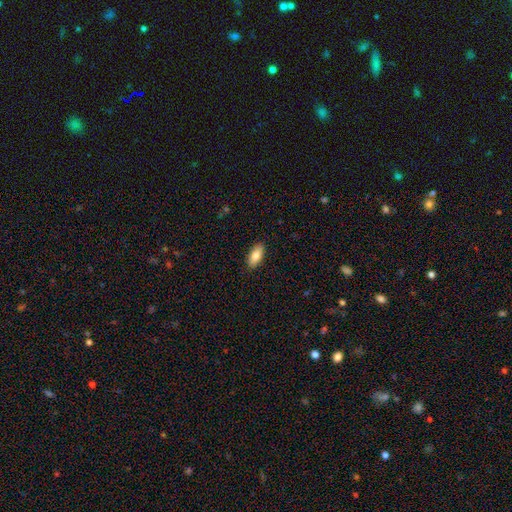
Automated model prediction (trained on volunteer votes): Morphology: type=smooth (83%); roundness=in between (87%); merging=none (89%).